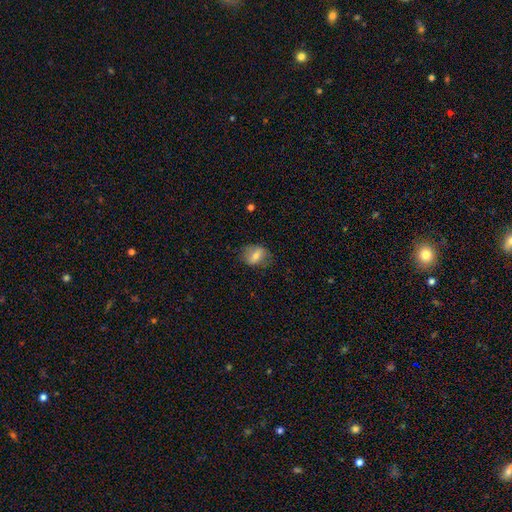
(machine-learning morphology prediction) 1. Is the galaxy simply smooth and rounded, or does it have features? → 63% smooth, 29% featured or disk, 9% star or artifact.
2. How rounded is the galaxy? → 61% in between, 37% round, 3% cigar-shaped.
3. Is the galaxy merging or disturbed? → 73% none, 19% minor disturbance, 7% major disturbance, 1% merger.